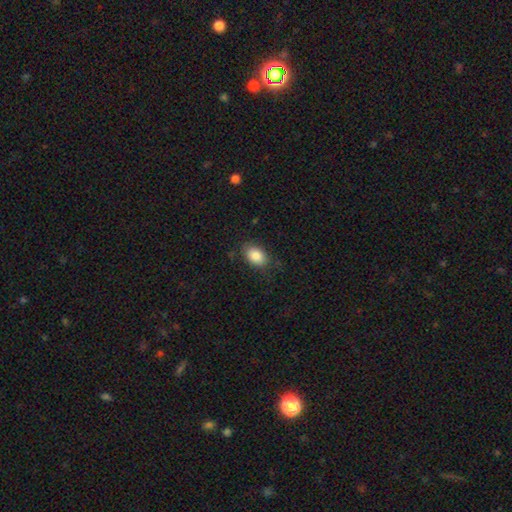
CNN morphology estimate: Overall: smooth (85%). How rounded: in between (84%). Merging: none (80%).